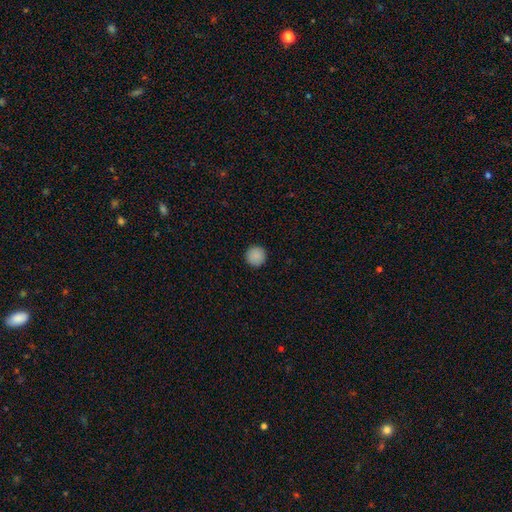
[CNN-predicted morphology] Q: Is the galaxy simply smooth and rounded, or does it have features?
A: smooth — 89%.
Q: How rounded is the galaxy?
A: round — 96%.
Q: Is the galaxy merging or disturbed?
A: none — 93%.